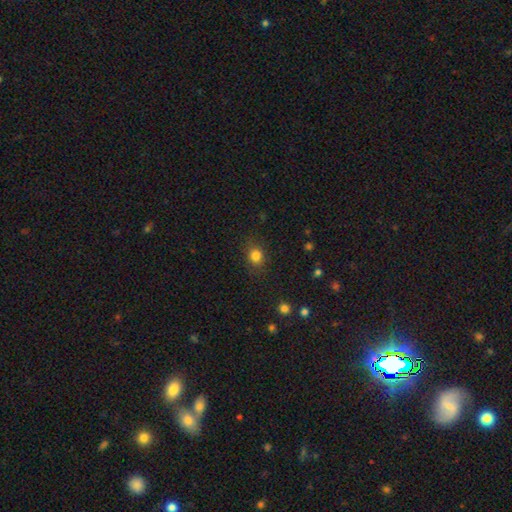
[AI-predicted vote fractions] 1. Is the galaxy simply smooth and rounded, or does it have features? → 83% smooth, 12% star or artifact, 5% featured or disk.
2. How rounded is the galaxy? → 68% round, 31% in between, 1% cigar-shaped.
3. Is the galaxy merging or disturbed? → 84% none, 11% minor disturbance, 4% major disturbance, 1% merger.